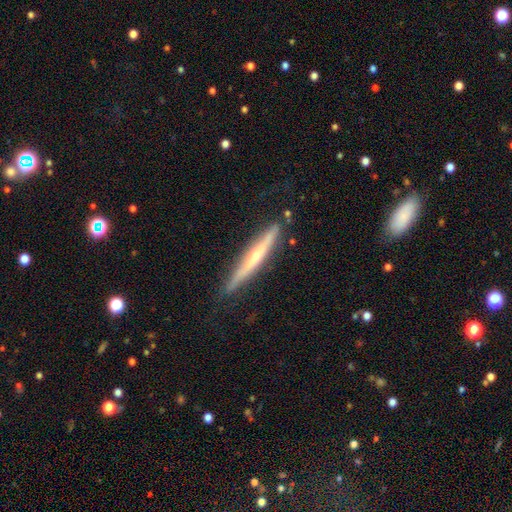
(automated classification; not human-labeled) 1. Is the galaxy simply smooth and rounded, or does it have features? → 62% featured or disk, 32% smooth, 6% star or artifact.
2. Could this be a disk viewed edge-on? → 95% yes, 5% no.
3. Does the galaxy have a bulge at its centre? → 57% rounded, 38% none, 6% boxy.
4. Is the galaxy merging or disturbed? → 80% none, 15% minor disturbance, 3% major disturbance, 2% merger.